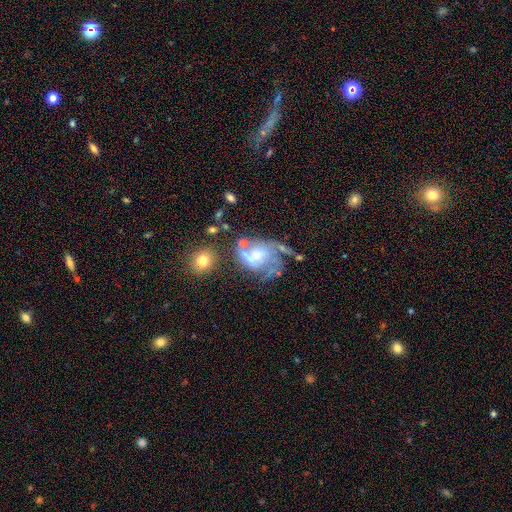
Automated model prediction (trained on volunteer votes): Smooth or featured? Predicted: featured or disk (p=0.60). Edge-on disk? Predicted: no (p=0.97). Bar? Predicted: no (p=0.62). Spiral arms? Predicted: yes (p=0.59). Bulge size? Predicted: moderate (p=0.44). Merging? Predicted: major disturbance (p=0.35).